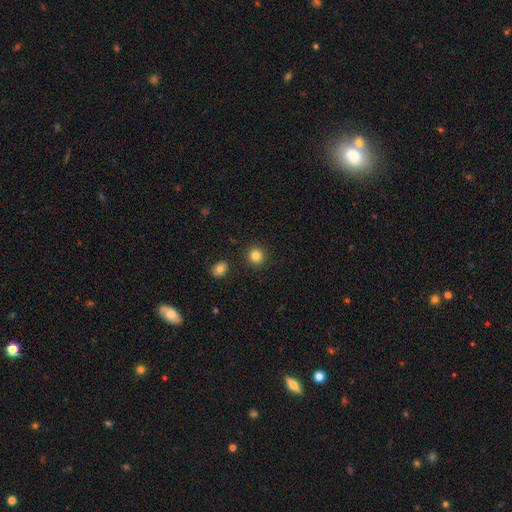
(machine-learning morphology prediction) This is clearly a smooth galaxy (83%). How rounded: clearly round (92%). Merging: clearly none (91%).